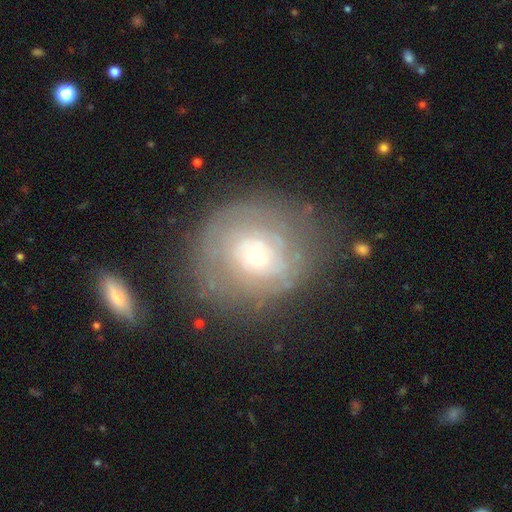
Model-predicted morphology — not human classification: Smooth or featured? Predicted: featured or disk (p=0.56). Edge-on disk? Predicted: no (p=0.95). Bar? Predicted: no (p=0.83). Spiral arms? Predicted: yes (p=0.54). Bulge size? Predicted: small (p=0.54). Merging? Predicted: none (p=0.67).